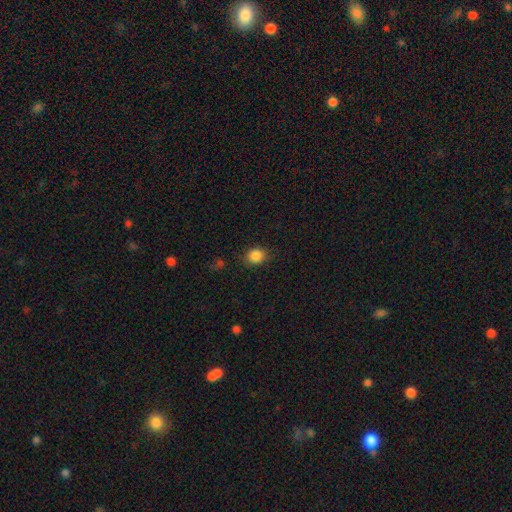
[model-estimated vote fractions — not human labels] smooth 86%, star or artifact 10%, featured or disk 4%. Down the decision tree: how rounded — round (72%); merging — none (83%).